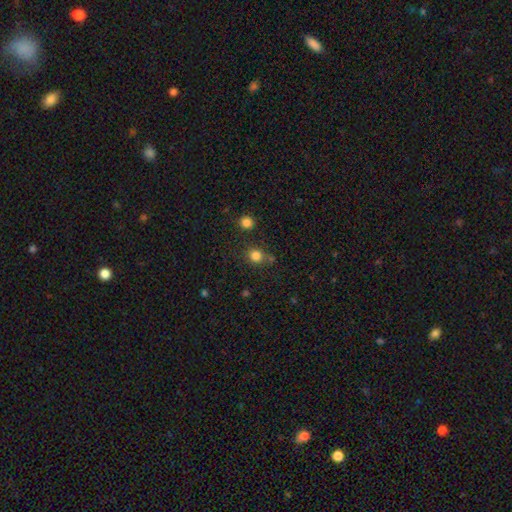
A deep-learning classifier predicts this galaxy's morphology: smooth-or-featured: smooth: 81% | star or artifact: 14% | featured or disk: 5%
  how-rounded: round: 85% | in between: 14% | cigar-shaped: 1%
  merging: none: 73% | minor disturbance: 13% | merger: 9% | major disturbance: 5%